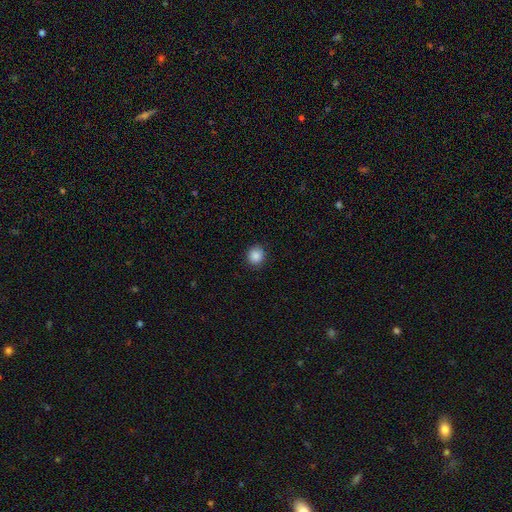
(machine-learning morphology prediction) This is clearly a smooth galaxy (87%). How rounded: clearly round (88%). Merging: clearly none (90%).